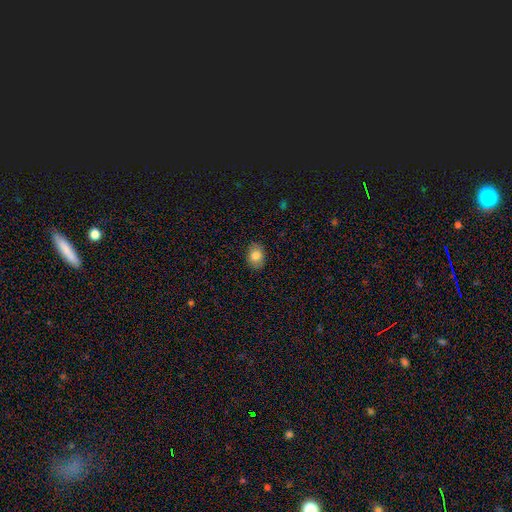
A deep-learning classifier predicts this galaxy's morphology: smooth_or_featured: smooth (p=0.83) [alt: featured or disk p=0.09]
how_rounded: in between (p=0.68) [alt: round p=0.31]
merging: none (p=0.84) [alt: minor disturbance p=0.12]